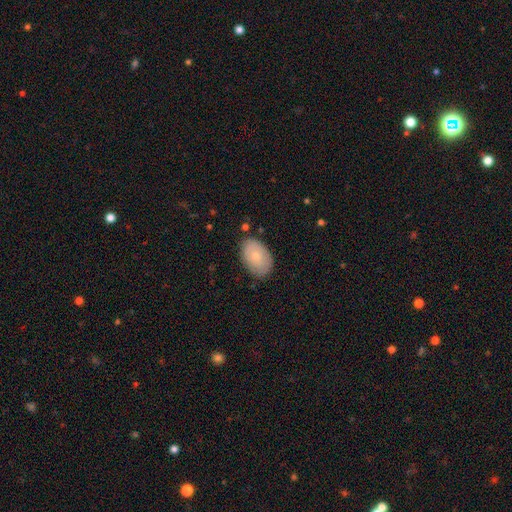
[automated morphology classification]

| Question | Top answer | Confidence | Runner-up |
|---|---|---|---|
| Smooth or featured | smooth | 77% | featured or disk (16%) |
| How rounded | in between | 91% | round (8%) |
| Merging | none | 80% | minor disturbance (15%) |